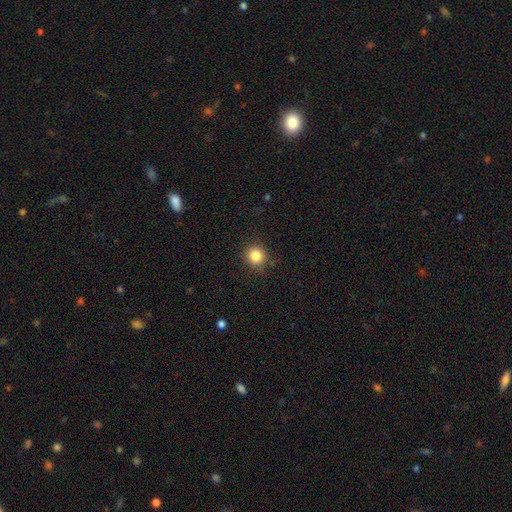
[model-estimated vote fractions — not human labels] smooth-or-featured: smooth: 84% | star or artifact: 11% | featured or disk: 5%
  how-rounded: round: 91% | in between: 8% | cigar-shaped: 1%
  merging: none: 88% | minor disturbance: 8% | major disturbance: 2% | merger: 1%